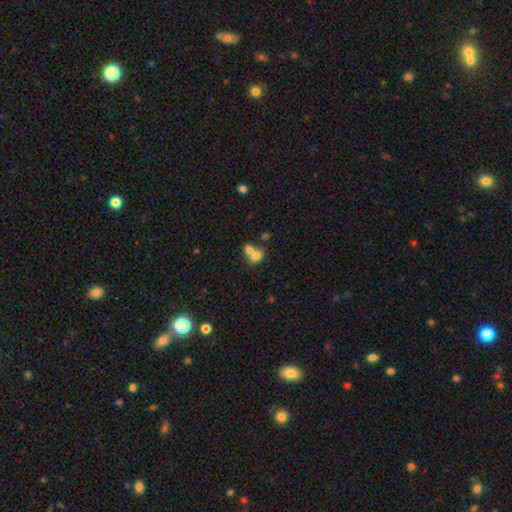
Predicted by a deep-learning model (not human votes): Smooth or featured?
  - smooth: 72% *
  - featured or disk: 17%
  - star or artifact: 11%
How rounded?
  - in between: 62% *
  - round: 37%
  - cigar-shaped: 2%
Merging?
  - merger: 65% *
  - none: 25%
  - minor disturbance: 7%
  - major disturbance: 4%